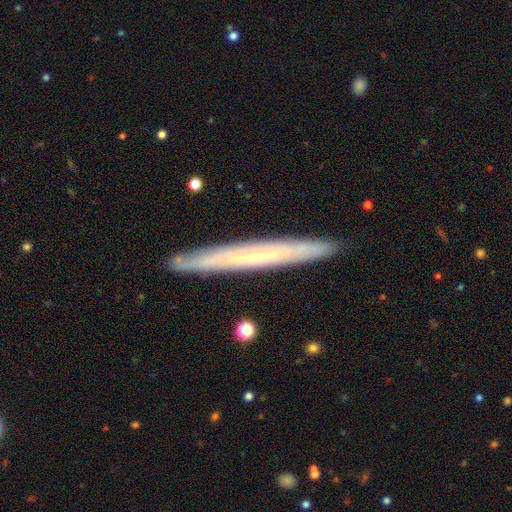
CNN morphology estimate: A featured or disk galaxy (62%) viewed edge-on (90%) with no central bulge (74%).

Vote fractions:
- Smooth or featured? featured or disk: 62% / smooth: 32% / star or artifact: 7%
- Edge-on disk? yes: 90% / no: 10%
- Edge-on bulge? none: 74% / rounded: 23% / boxy: 3%
- Merging? none: 90% / minor disturbance: 7% / major disturbance: 1% / merger: 1%